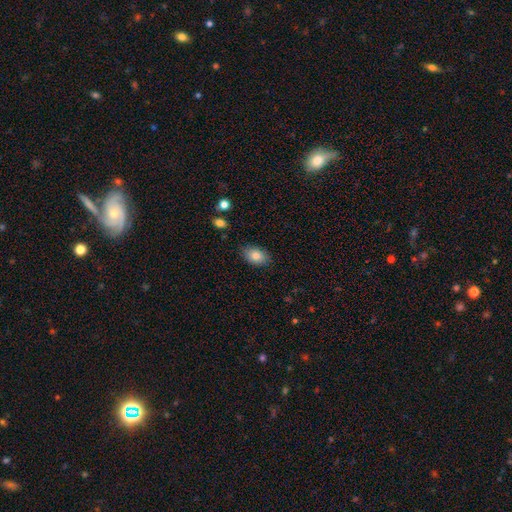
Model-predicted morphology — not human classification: Smooth or featured? smooth (82%)
How rounded? in between (83%)
Merging? none (84%)